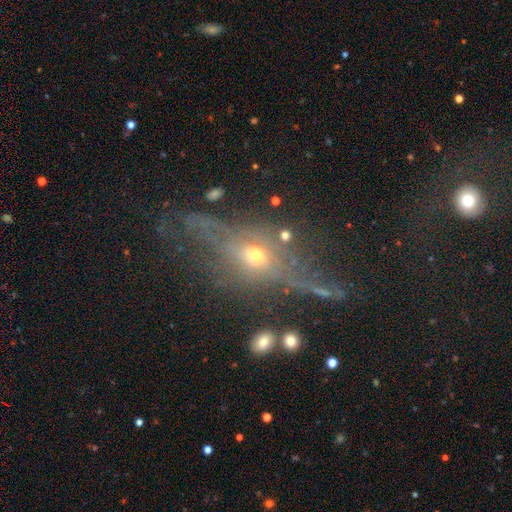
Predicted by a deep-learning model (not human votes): Overall: featured or disk (56%; smooth 25%). Edge-on disk: no (52%; yes 48%). Merging: none (43%; major disturbance 30%).